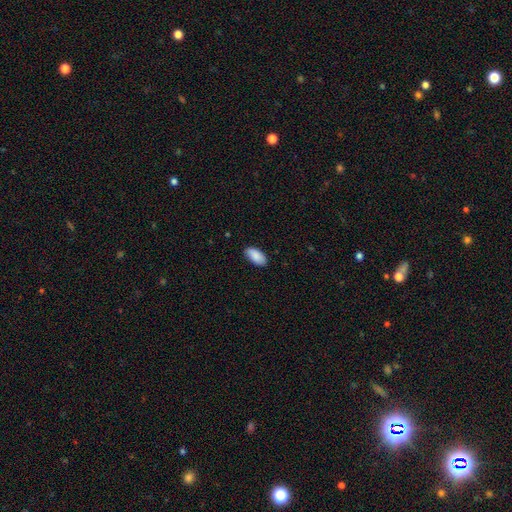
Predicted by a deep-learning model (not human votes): This is clearly a smooth galaxy (89%). How rounded: clearly in between (94%). Merging: clearly none (87%).